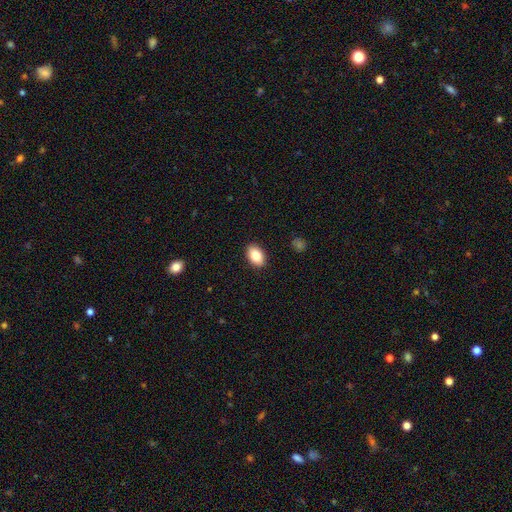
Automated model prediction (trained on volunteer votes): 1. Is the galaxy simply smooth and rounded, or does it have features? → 83% smooth, 9% featured or disk, 8% star or artifact.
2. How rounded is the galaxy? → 90% in between, 9% round, 1% cigar-shaped.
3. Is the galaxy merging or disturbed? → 90% none, 8% minor disturbance, 2% major disturbance, 1% merger.